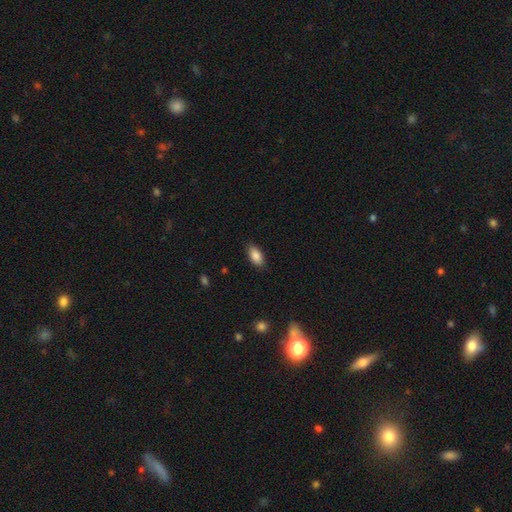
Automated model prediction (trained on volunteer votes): Smooth or featured? smooth (87%)
How rounded? in between (91%)
Merging? none (86%)